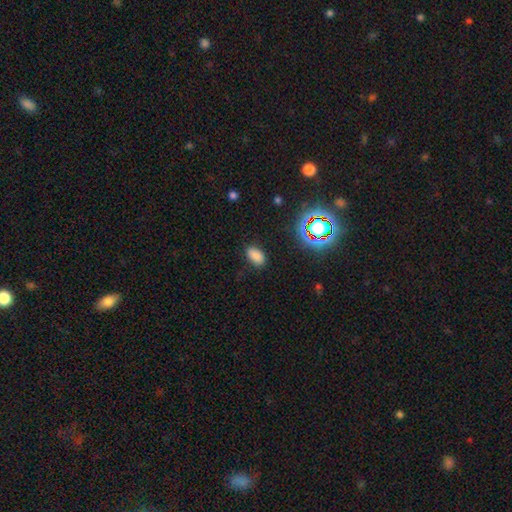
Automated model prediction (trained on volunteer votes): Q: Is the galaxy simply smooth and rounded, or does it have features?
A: smooth — 78%.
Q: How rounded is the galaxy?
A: in between — 91%.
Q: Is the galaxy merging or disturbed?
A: none — 84%.